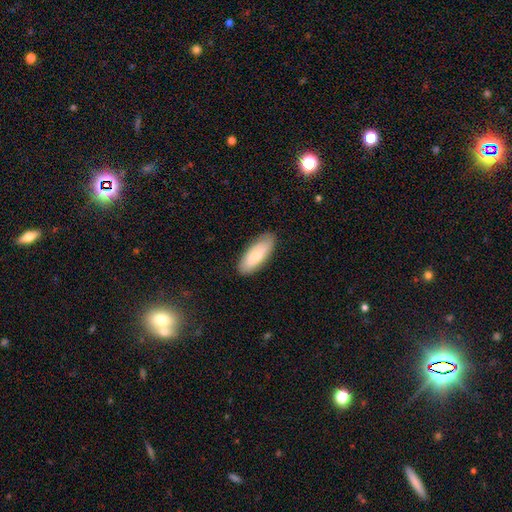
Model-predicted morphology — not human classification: Q: Smooth or featured?
A: smooth (75%); runner-up: featured or disk (19%)
Q: How rounded?
A: in between (74%); runner-up: cigar-shaped (24%)
Q: Merging?
A: none (85%); runner-up: minor disturbance (12%)